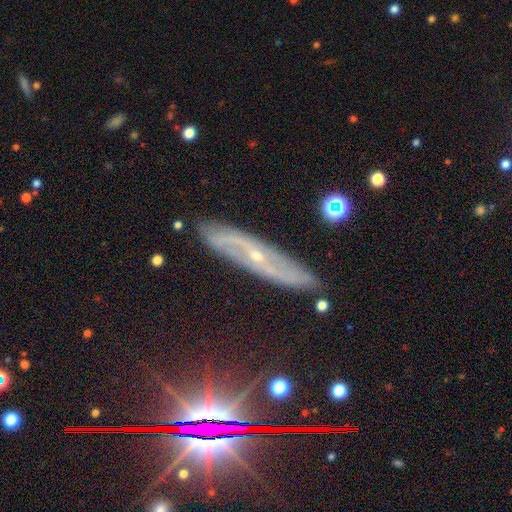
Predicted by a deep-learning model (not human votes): Smooth or featured? Predicted: featured or disk (p=0.74). Edge-on disk? Predicted: no (p=0.66). Merging? Predicted: none (p=0.82).